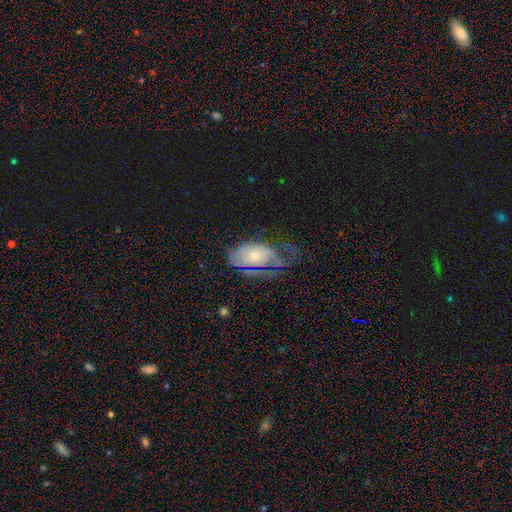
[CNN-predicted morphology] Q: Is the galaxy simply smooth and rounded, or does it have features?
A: featured or disk — 59%.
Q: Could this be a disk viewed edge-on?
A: no — 94%.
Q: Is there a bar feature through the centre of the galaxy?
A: no — 83%.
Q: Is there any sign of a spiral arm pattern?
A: yes — 72%.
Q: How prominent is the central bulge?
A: moderate — 47%.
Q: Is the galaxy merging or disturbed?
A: none — 36%.